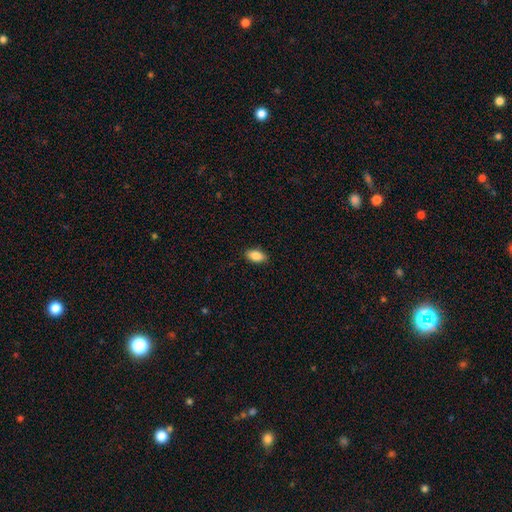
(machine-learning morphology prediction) smooth-or-featured: smooth: 86% | star or artifact: 7% | featured or disk: 7%
  how-rounded: in between: 91% | cigar-shaped: 5% | round: 4%
  merging: none: 88% | minor disturbance: 9% | major disturbance: 2% | merger: 1%